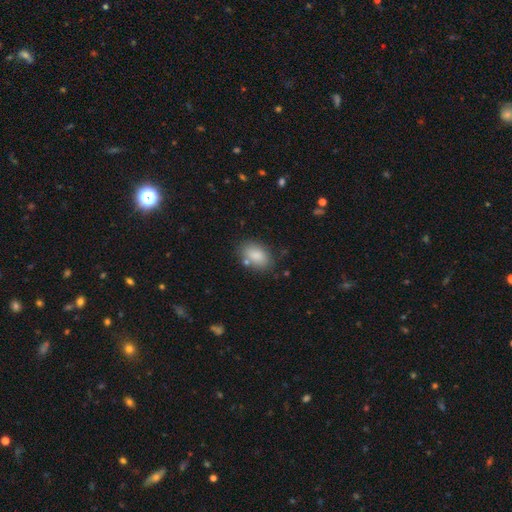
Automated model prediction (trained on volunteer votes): smooth-or-featured: smooth: 85% | featured or disk: 7% | star or artifact: 7%
  how-rounded: in between: 88% | round: 11% | cigar-shaped: 1%
  merging: none: 75% | minor disturbance: 15% | merger: 6% | major disturbance: 4%